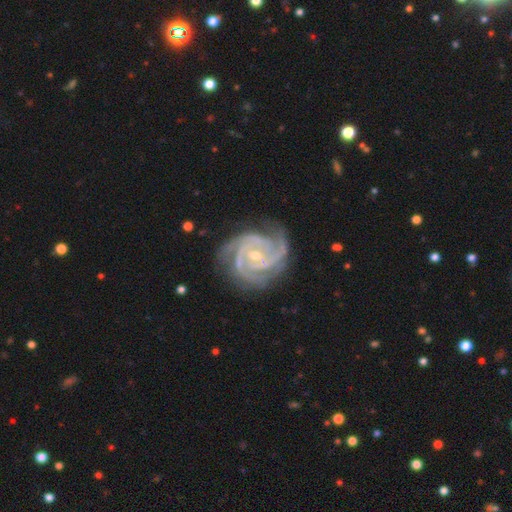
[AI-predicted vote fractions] This is clearly a featured or disk galaxy (93%). It is clearly not viewed edge-on (98%). Bar: possibly no (48%). Spiral arm pattern: clearly yes (99%). Spiral arm count: possibly 3 (51%). Spiral winding: likely tight (68%). Central bulge: likely small (62%). Merging: likely none (74%).